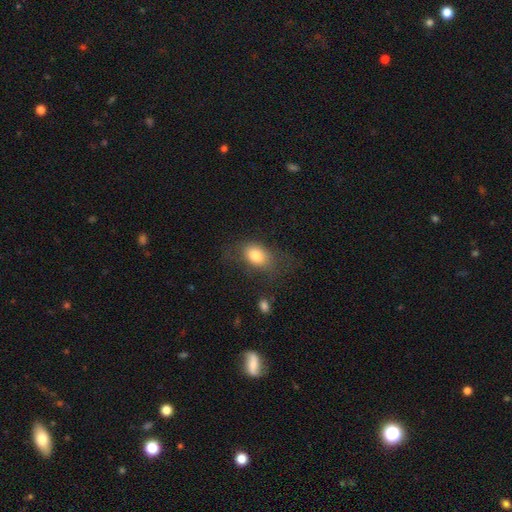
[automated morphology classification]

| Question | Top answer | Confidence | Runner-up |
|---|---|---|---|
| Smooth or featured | smooth | 80% | featured or disk (11%) |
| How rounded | in between | 78% | round (20%) |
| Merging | none | 58% | minor disturbance (23%) |